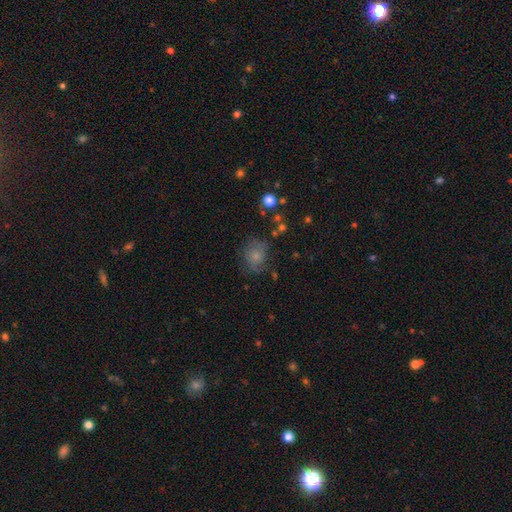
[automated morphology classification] type=smooth (65%); roundness=round (68%); merging=none (62%).